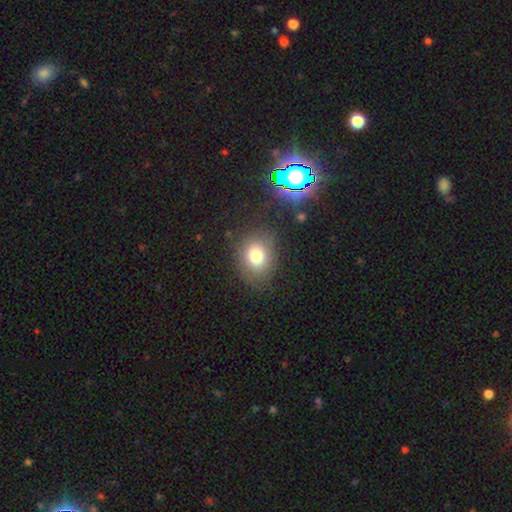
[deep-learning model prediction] Q: Smooth or featured?
A: smooth (77%); runner-up: star or artifact (13%)
Q: How rounded?
A: round (56%); runner-up: in between (43%)
Q: Merging?
A: none (76%); runner-up: minor disturbance (15%)